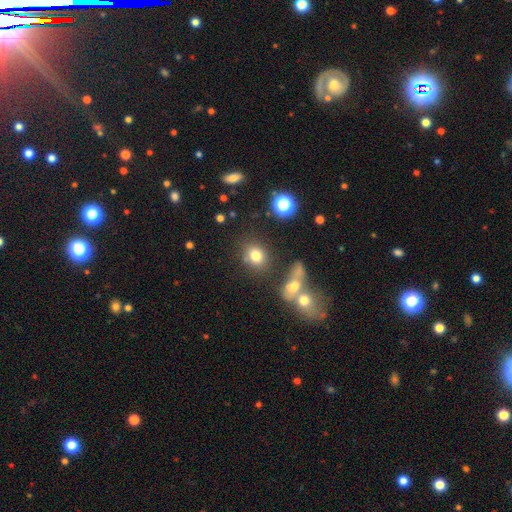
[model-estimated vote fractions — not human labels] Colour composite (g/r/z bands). It shows a smooth galaxy with no disk features (75%) that is round (66%). Merging: none (70%).